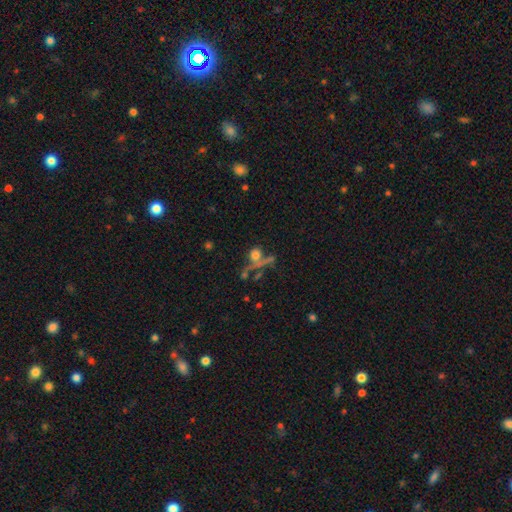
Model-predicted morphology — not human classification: smooth-or-featured: smooth: 59% | star or artifact: 22% | featured or disk: 19%
  how-rounded: round: 68% | in between: 23% | cigar-shaped: 10%
  merging: none: 47% | merger: 27% | major disturbance: 14% | minor disturbance: 12%